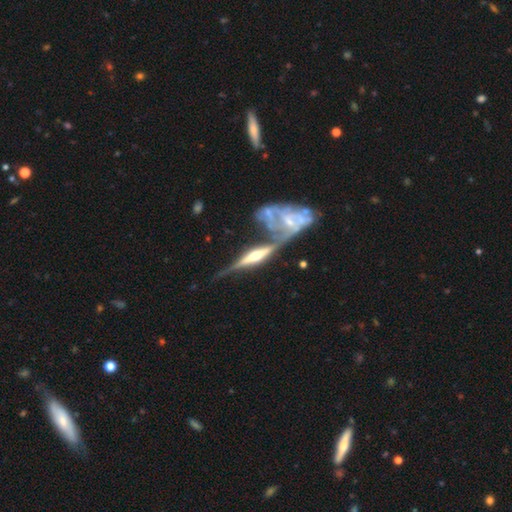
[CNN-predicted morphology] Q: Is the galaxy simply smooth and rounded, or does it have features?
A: featured or disk — 82%.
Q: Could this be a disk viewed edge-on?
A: yes — 88%.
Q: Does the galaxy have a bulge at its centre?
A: rounded — 84%.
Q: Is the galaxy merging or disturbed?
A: merger — 43%.